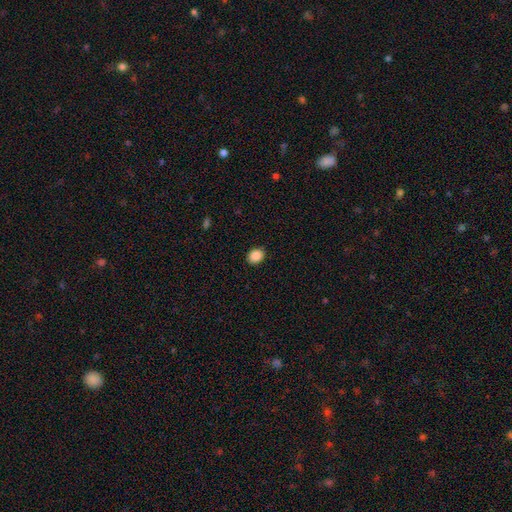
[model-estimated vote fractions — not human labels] The model was most divided on "how rounded": in between: 54%, round: 45%, cigar-shaped: 1%. More confident: merging — none (90%); smooth or featured — smooth (89%).